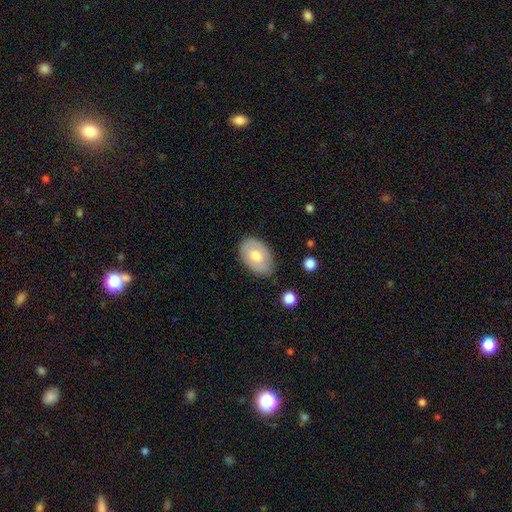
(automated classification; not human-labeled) A smooth galaxy with no disk features (64%) that is in between round and cigar-shaped (88%).

Vote fractions:
- Smooth or featured? smooth: 64% / featured or disk: 30% / star or artifact: 6%
- How rounded? in between: 88% / round: 11% / cigar-shaped: 1%
- Merging? none: 74% / minor disturbance: 20% / major disturbance: 4% / merger: 2%